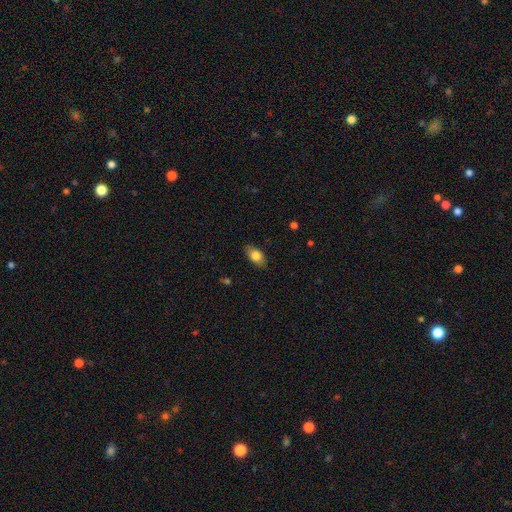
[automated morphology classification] Smooth or featured? smooth (80%)
How rounded? in between (91%)
Merging? none (84%)